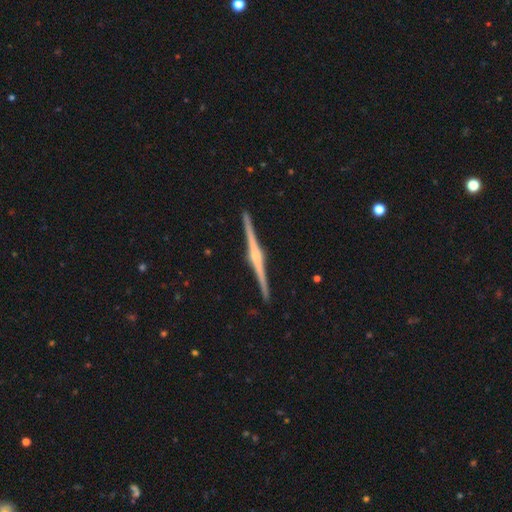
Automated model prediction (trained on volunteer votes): smooth-or-featured: featured or disk: 88% | smooth: 7% | star or artifact: 4%
  disk-edge-on: yes: 99% | no: 1%
    edge-on-bulge: rounded: 73% | boxy: 18% | none: 10%
  merging: none: 93% | minor disturbance: 5% | major disturbance: 1% | merger: 1%